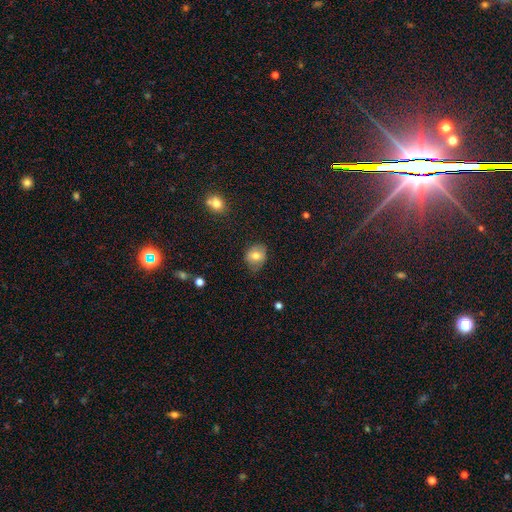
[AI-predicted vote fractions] This appears to be a smooth galaxy with no disk features (72%) that is round (56%). Merging: none (68%).